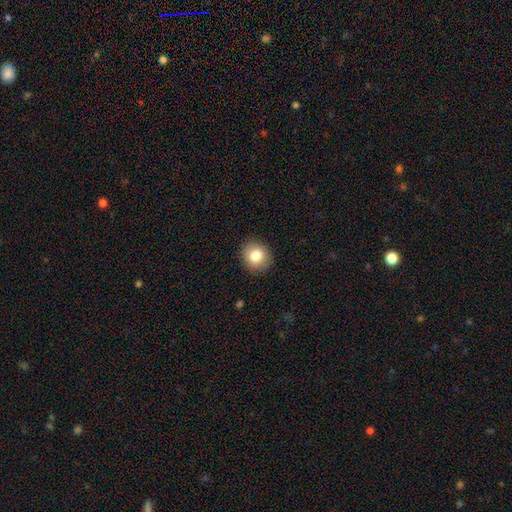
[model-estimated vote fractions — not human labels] Overall: smooth (83%). How rounded: round (79%). Merging: none (91%).